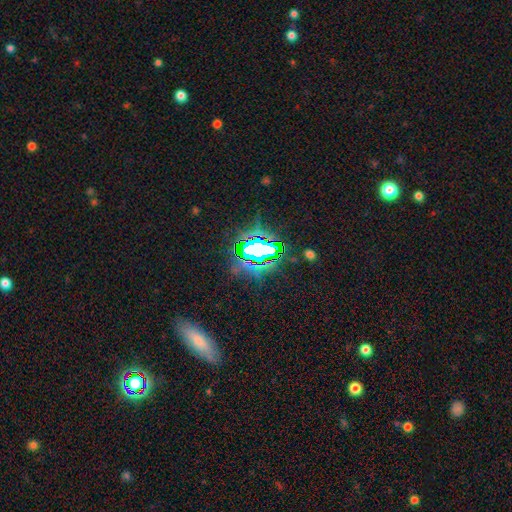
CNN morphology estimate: A star or artifact, not a galaxy (69%).

Vote fractions:
- Smooth or featured? star or artifact: 69% / smooth: 19% / featured or disk: 12%